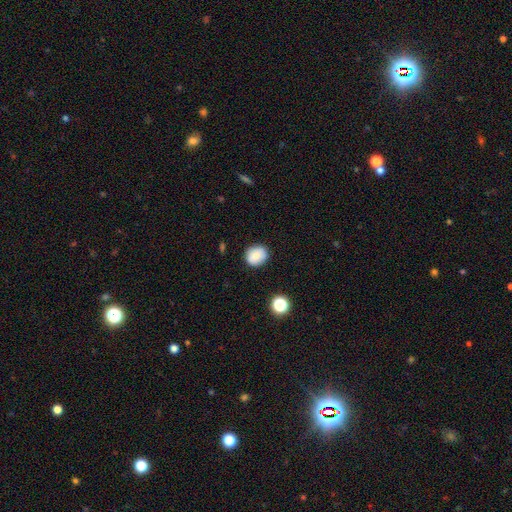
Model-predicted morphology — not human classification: smooth-or-featured: smooth: 82% | star or artifact: 10% | featured or disk: 8%
  how-rounded: round: 74% | in between: 25% | cigar-shaped: 1%
  merging: none: 84% | minor disturbance: 12% | major disturbance: 3% | merger: 2%